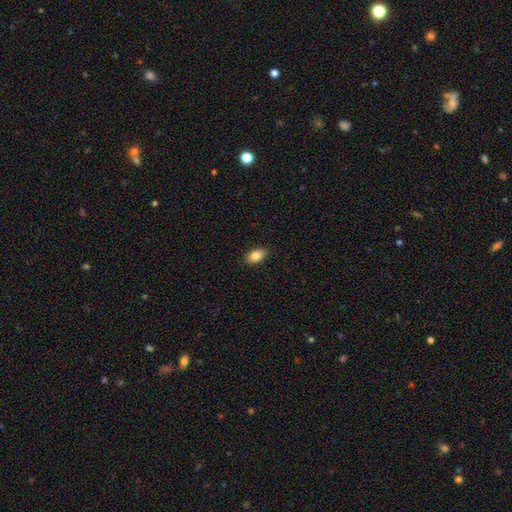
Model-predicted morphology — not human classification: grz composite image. It shows a smooth galaxy with no disk features (85%) that is in between round and cigar-shaped (90%). Merging: none (89%).